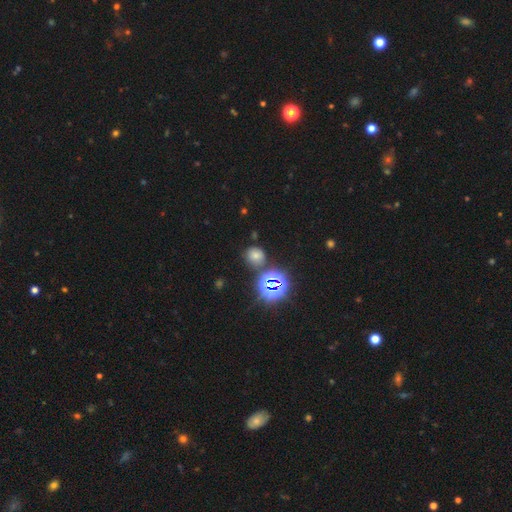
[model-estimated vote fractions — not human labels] Smooth or featured?
  - smooth: 61% *
  - star or artifact: 31%
  - featured or disk: 9%
How rounded?
  - round: 80% *
  - in between: 19%
  - cigar-shaped: 1%
Merging?
  - none: 76% *
  - minor disturbance: 13%
  - merger: 7%
  - major disturbance: 4%